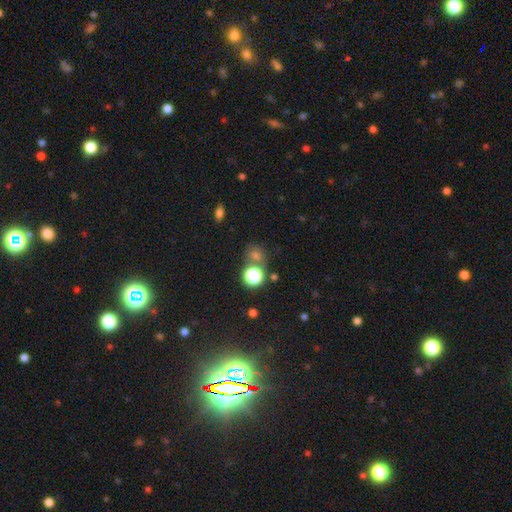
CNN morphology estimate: smooth_or_featured: smooth (p=0.62) [alt: star or artifact p=0.29]
how_rounded: round (p=0.76) [alt: in between p=0.23]
merging: none (p=0.64) [alt: merger p=0.20]